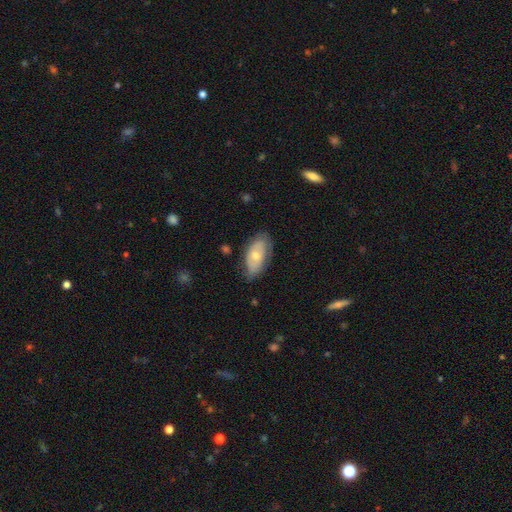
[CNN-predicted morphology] Smooth or featured? smooth (55%)
How rounded? in between (92%)
Merging? none (68%)